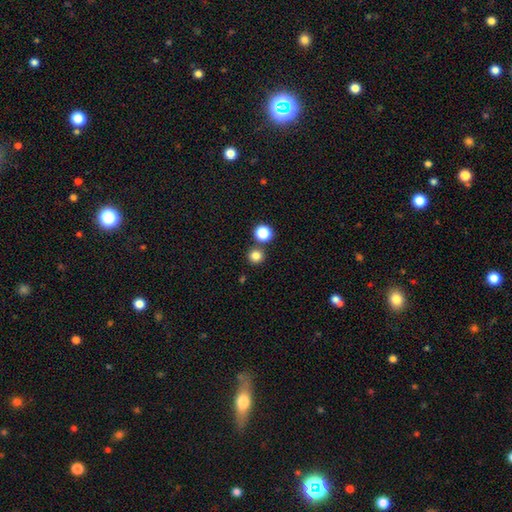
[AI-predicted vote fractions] smooth 81%, star or artifact 14%, featured or disk 4%. Down the decision tree: how rounded — round (93%); merging — none (80%).